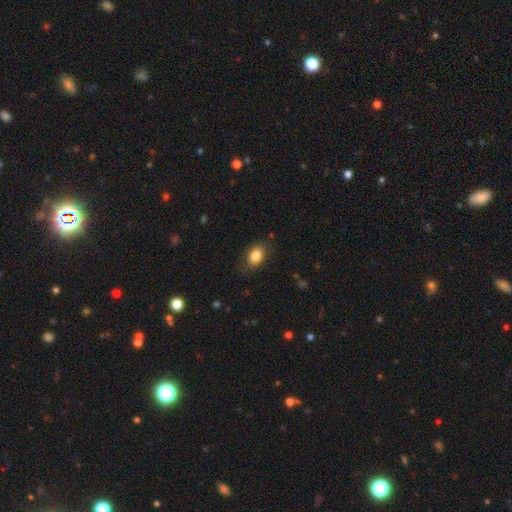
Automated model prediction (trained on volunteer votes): A smooth galaxy with no disk features (84%) that is in between round and cigar-shaped (81%). Merging: none (78%).